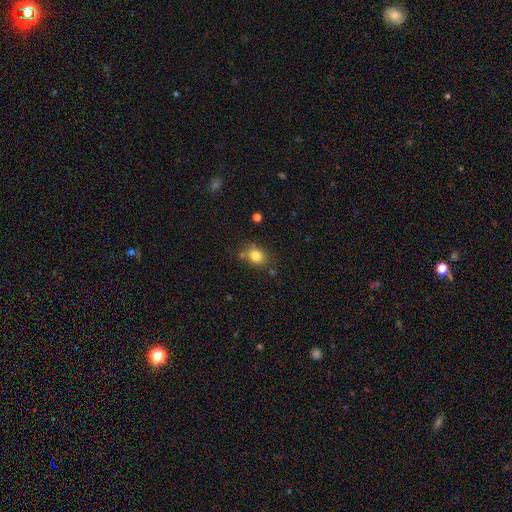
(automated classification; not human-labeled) The model was most divided on "how rounded": round: 52%, in between: 47%, cigar-shaped: 1%. More confident: smooth or featured — smooth (81%); merging — none (72%).